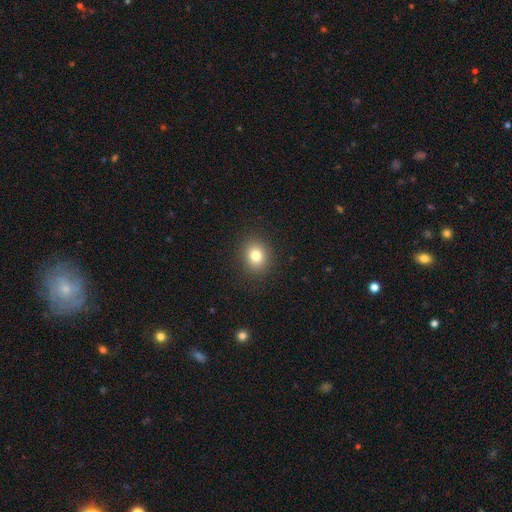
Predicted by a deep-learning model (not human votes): Smooth or featured: smooth — 80% (star or artifact — 12%)
How rounded: round — 69% (in between — 30%)
Merging: none — 89% (minor disturbance — 7%)